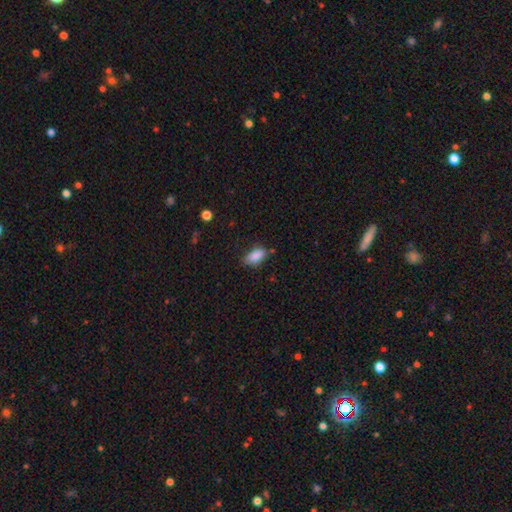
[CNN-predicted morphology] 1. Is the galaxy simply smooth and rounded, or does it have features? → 87% smooth, 8% star or artifact, 5% featured or disk.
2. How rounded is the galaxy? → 89% in between, 7% cigar-shaped, 4% round.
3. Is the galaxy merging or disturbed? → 71% none, 22% minor disturbance, 5% major disturbance, 3% merger.